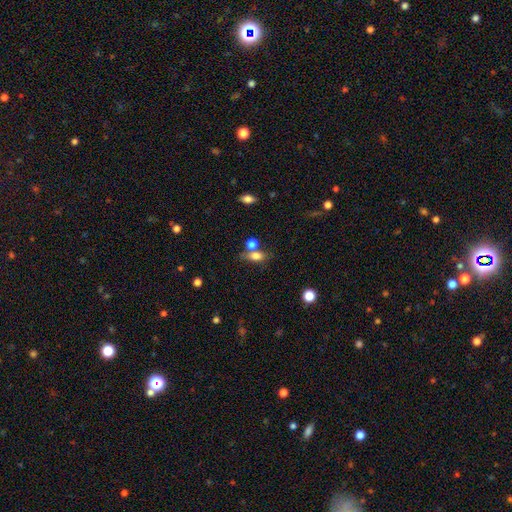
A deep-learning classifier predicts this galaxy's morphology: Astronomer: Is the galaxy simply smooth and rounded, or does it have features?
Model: smooth — 76%.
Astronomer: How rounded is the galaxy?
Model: in between — 78%.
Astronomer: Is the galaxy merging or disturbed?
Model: none — 54%.